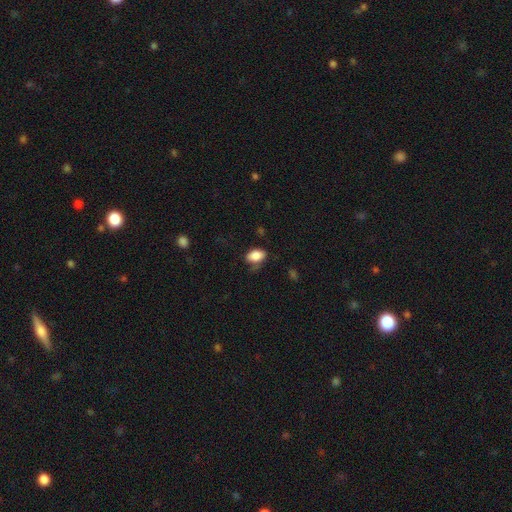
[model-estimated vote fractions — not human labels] Smooth or featured? smooth (86%)
How rounded? in between (90%)
Merging? none (59%)